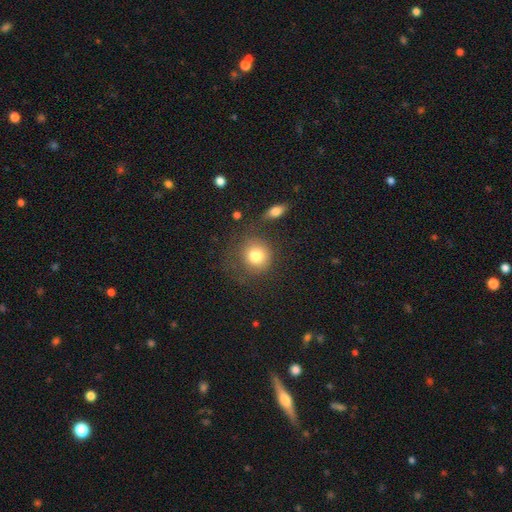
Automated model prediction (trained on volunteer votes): Morphology: type=smooth (79%); roundness=round (87%); merging=none (68%).